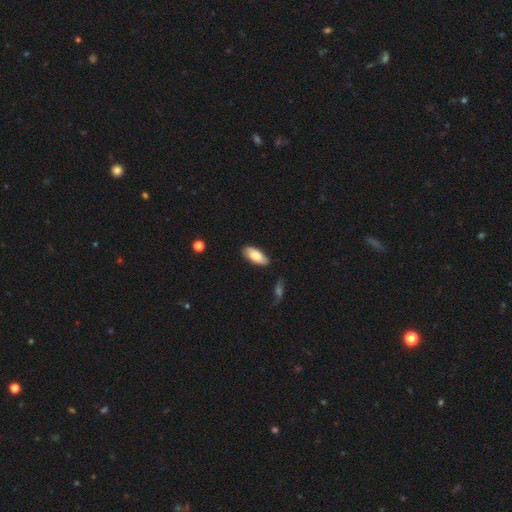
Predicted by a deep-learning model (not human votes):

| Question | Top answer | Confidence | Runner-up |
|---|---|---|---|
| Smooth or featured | smooth | 80% | featured or disk (14%) |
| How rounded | in between | 87% | cigar-shaped (11%) |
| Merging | none | 84% | minor disturbance (12%) |